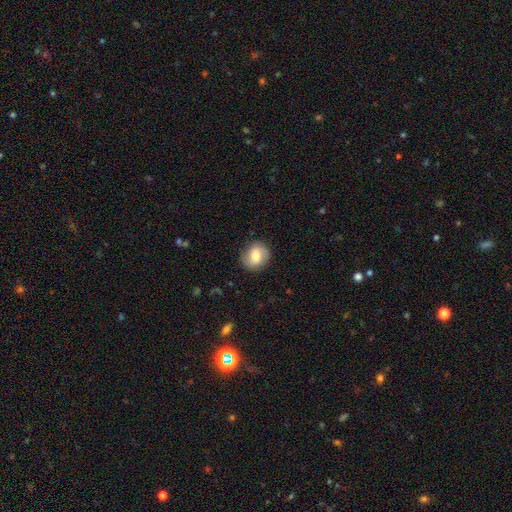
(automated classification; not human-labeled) Smooth or featured? smooth (64%)
How rounded? round (70%)
Merging? none (83%)